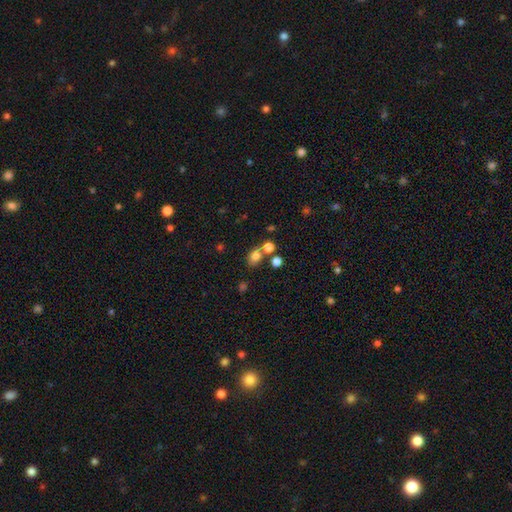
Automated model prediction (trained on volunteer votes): Overall: smooth (76%). How rounded: in between (57%; round 41%). Merging: none (55%; merger 29%).